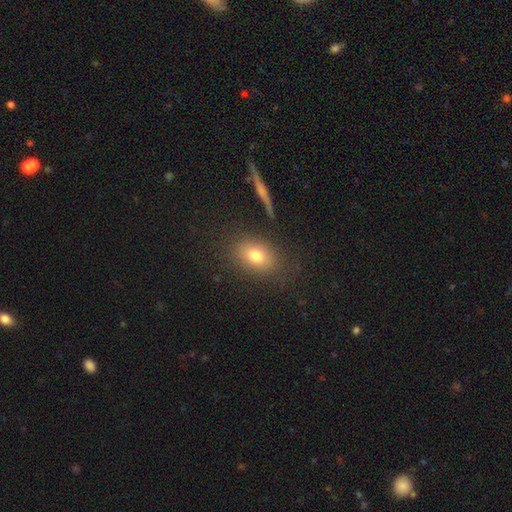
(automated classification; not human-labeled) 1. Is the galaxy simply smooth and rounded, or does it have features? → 74% smooth, 13% featured or disk, 12% star or artifact.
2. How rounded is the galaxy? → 72% in between, 25% round, 3% cigar-shaped.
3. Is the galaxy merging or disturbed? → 82% none, 11% minor disturbance, 4% major disturbance, 3% merger.